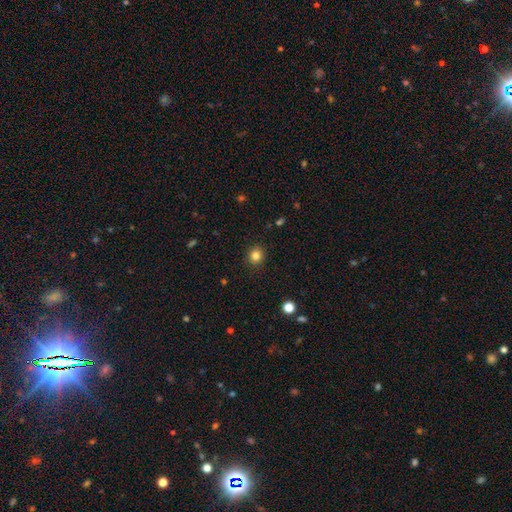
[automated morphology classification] This appears to be a smooth galaxy with no disk features (83%) that is round (83%). Merging: none (89%).